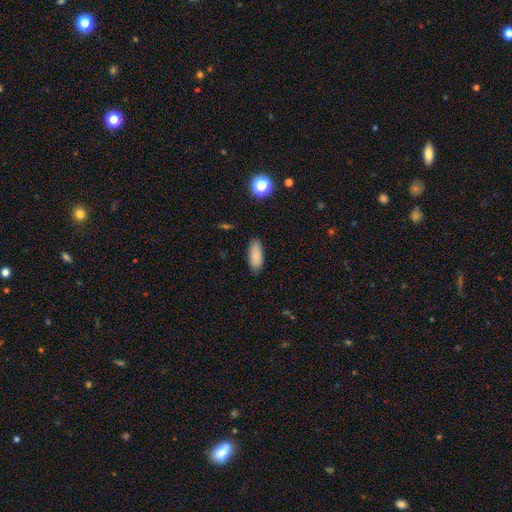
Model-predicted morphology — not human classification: Overall: smooth (87%). How rounded: in between (78%). Merging: none (85%).